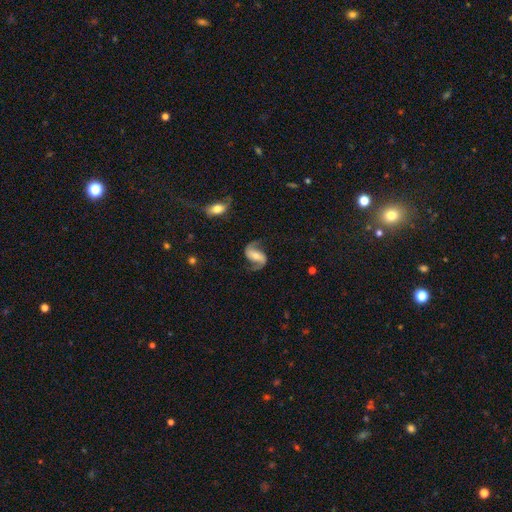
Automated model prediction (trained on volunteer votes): featured or disk 85%, smooth 9%, star or artifact 6%. Down the decision tree: edge-on disk — no (97%); bar — strong (37%); spiral arms — yes (96%); spiral arm count — 2 (93%); spiral winding — loose (58%); bulge size — small (46%); merging — none (76%).